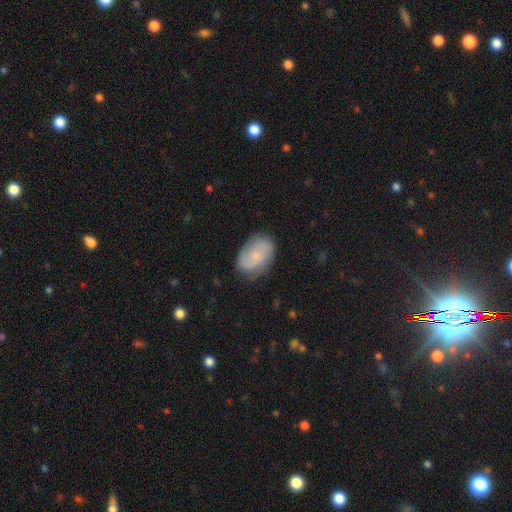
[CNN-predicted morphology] smooth-or-featured: smooth: 47% | featured or disk: 45% | star or artifact: 7%
  merging: none: 72% | minor disturbance: 20% | major disturbance: 6% | merger: 1%